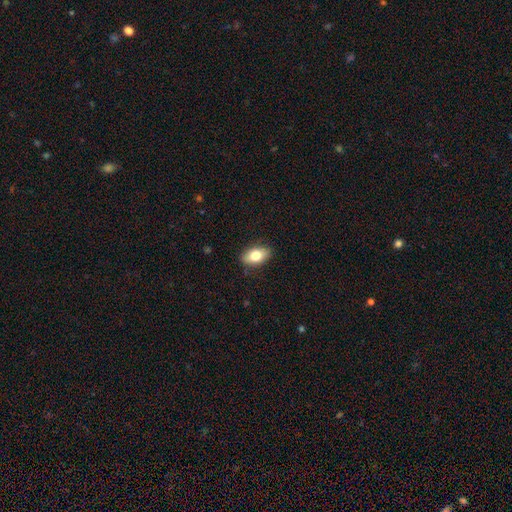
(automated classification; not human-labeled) Smooth or featured: smooth — 78% (featured or disk — 15%)
How rounded: in between — 88% (round — 9%)
Merging: none — 86% (minor disturbance — 11%)